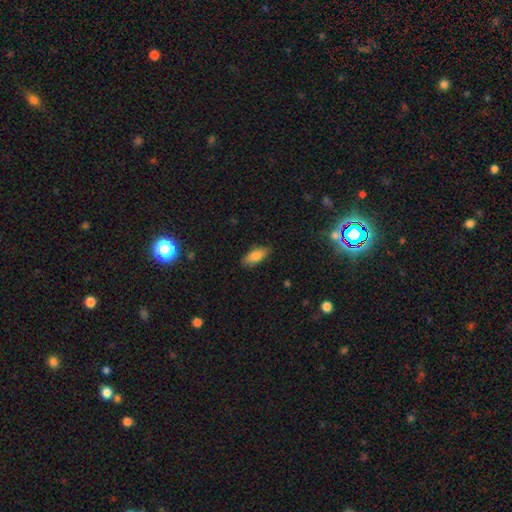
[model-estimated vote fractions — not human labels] A smooth galaxy with no disk features (82%) that is in between round and cigar-shaped (83%).

Vote fractions:
- Smooth or featured? smooth: 82% / featured or disk: 10% / star or artifact: 7%
- How rounded? in between: 83% / cigar-shaped: 14% / round: 2%
- Merging? none: 85% / minor disturbance: 12% / major disturbance: 2% / merger: 1%